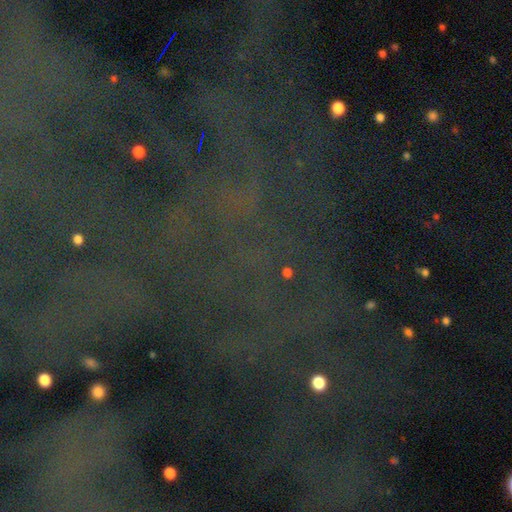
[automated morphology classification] type=star or artifact (80%).